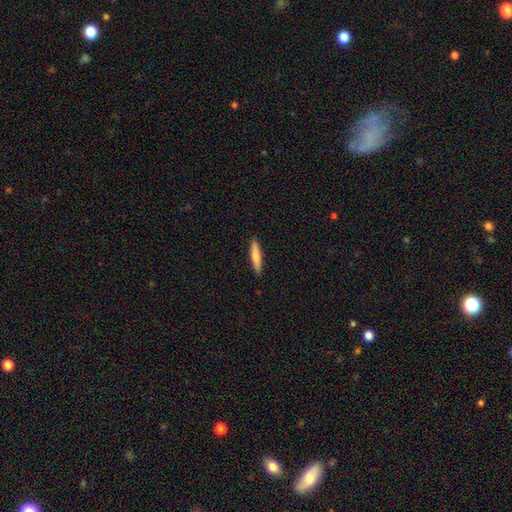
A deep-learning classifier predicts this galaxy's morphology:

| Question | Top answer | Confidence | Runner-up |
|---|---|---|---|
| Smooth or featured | smooth | 70% | featured or disk (24%) |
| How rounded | cigar-shaped | 88% | in between (11%) |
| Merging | none | 91% | minor disturbance (7%) |